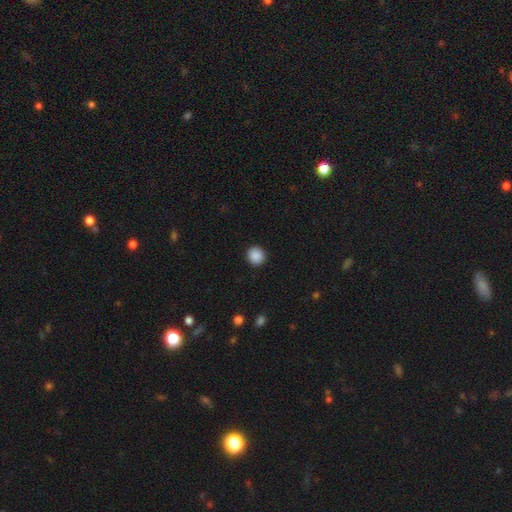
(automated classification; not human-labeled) Smooth or featured?
  - smooth: 88% *
  - star or artifact: 9%
  - featured or disk: 3%
How rounded?
  - round: 93% *
  - in between: 7%
  - cigar-shaped: 1%
Merging?
  - none: 92% *
  - minor disturbance: 5%
  - major disturbance: 2%
  - merger: 1%